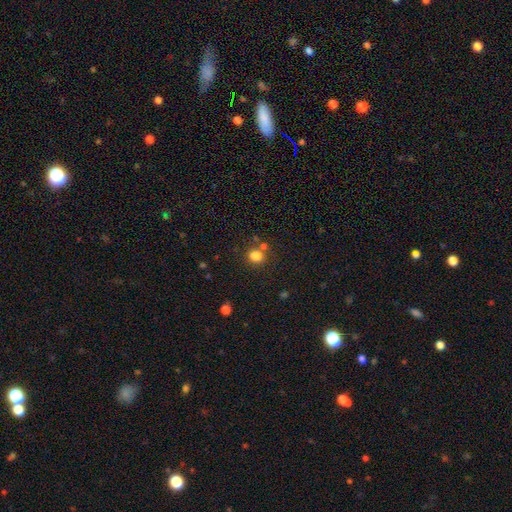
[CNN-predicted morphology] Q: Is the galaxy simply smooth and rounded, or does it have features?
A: smooth — 80%.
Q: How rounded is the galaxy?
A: round — 65%.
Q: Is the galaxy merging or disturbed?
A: none — 65%.